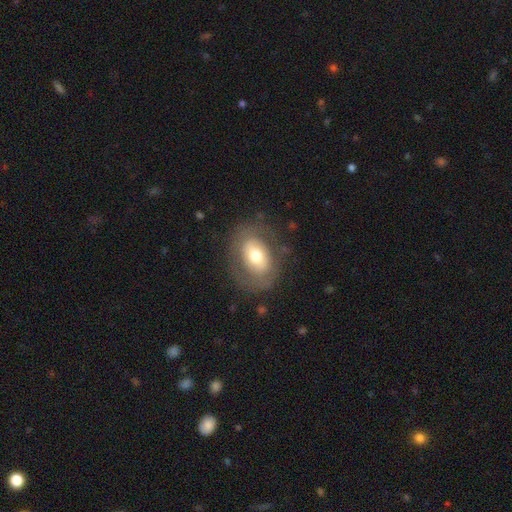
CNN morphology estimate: Smooth or featured?
  - smooth: 55% *
  - featured or disk: 37%
  - star or artifact: 8%
How rounded?
  - in between: 72% *
  - round: 27%
  - cigar-shaped: 1%
Merging?
  - none: 75% *
  - minor disturbance: 15%
  - major disturbance: 9%
  - merger: 1%